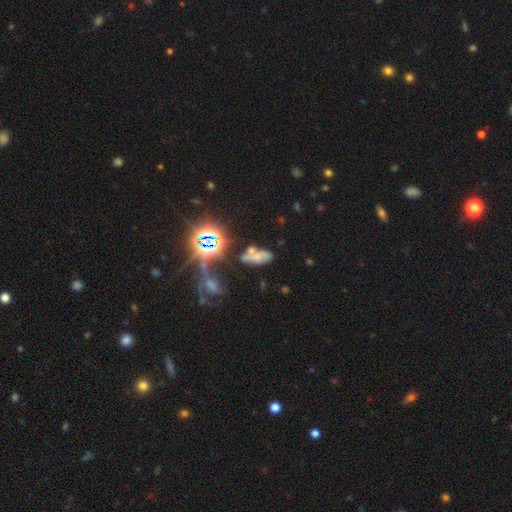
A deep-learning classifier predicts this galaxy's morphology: Smooth or featured? smooth (39%)
Merging? none (38%)